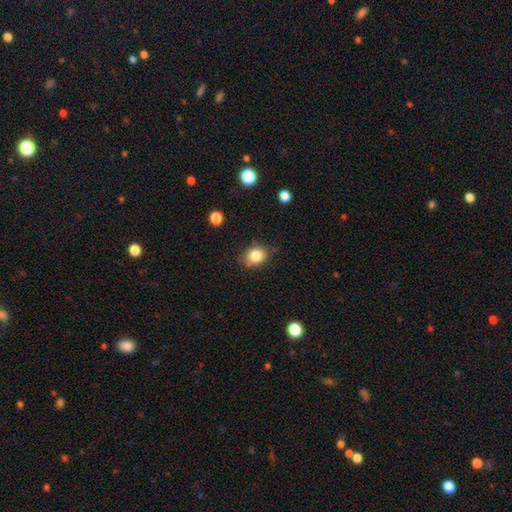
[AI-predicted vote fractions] smooth_or_featured: smooth (p=0.83) [alt: star or artifact p=0.10]
how_rounded: round (p=0.60) [alt: in between p=0.39]
merging: none (p=0.77) [alt: minor disturbance p=0.16]